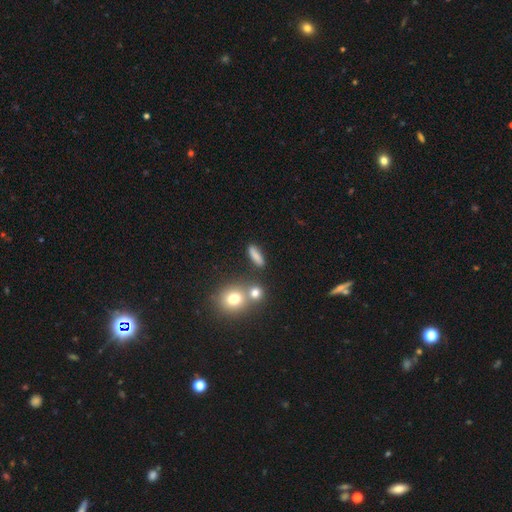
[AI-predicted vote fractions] Smooth or featured: smooth — 78% (star or artifact — 11%)
How rounded: cigar-shaped — 60% (in between — 30%)
Merging: none — 78% (minor disturbance — 11%)